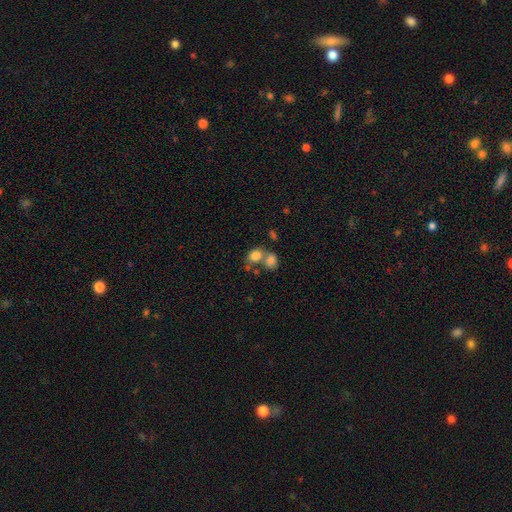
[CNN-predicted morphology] This appears to be a smooth galaxy with no disk features (79%) that is round (56%). Merging: merger (51%).